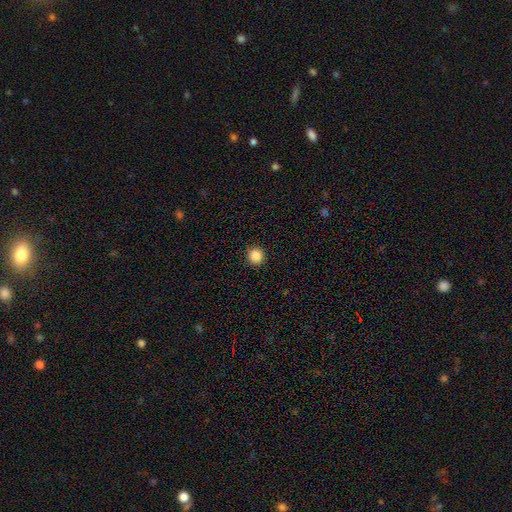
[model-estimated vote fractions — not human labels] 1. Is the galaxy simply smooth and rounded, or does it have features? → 87% smooth, 10% star or artifact, 3% featured or disk.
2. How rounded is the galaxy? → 92% round, 7% in between, 1% cigar-shaped.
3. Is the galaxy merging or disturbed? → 92% none, 6% minor disturbance, 2% major disturbance, 1% merger.